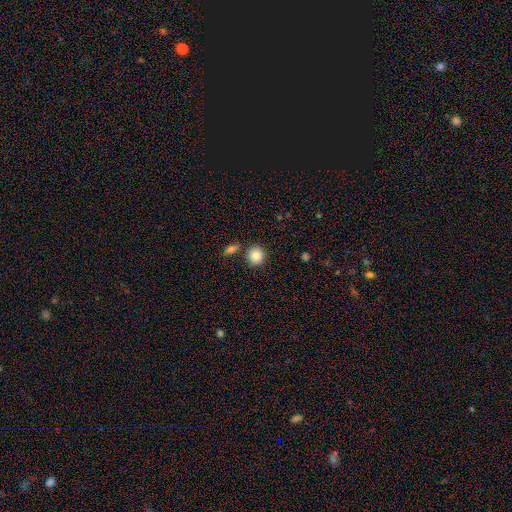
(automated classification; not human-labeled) smooth-or-featured: smooth: 87% | star or artifact: 8% | featured or disk: 5%
  how-rounded: round: 89% | in between: 10% | cigar-shaped: 1%
  merging: none: 79% | minor disturbance: 9% | merger: 9% | major disturbance: 3%